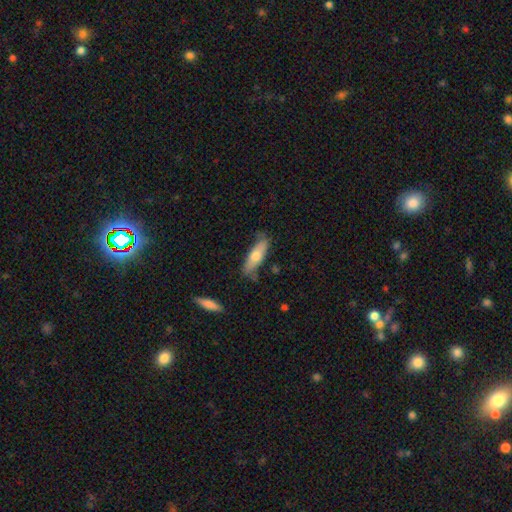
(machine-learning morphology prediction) type=smooth (64%); roundness=cigar-shaped (50%); merging=none (72%).